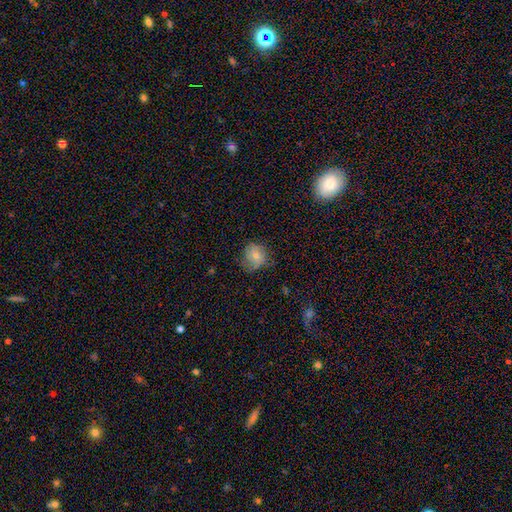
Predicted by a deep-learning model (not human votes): Smooth or featured? smooth (53%)
How rounded? round (77%)
Merging? none (65%)